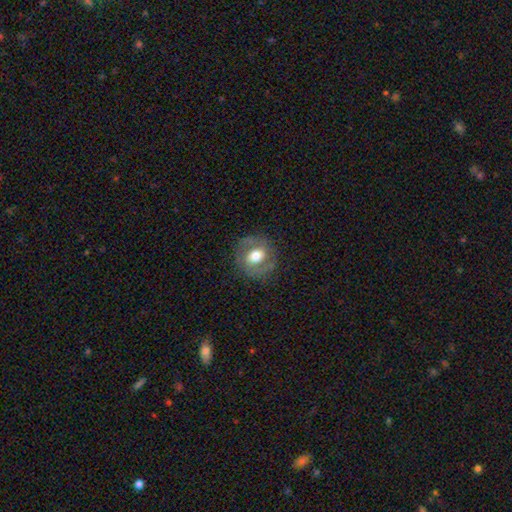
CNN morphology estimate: A featured or disk galaxy (52%). Merging: none (77%).